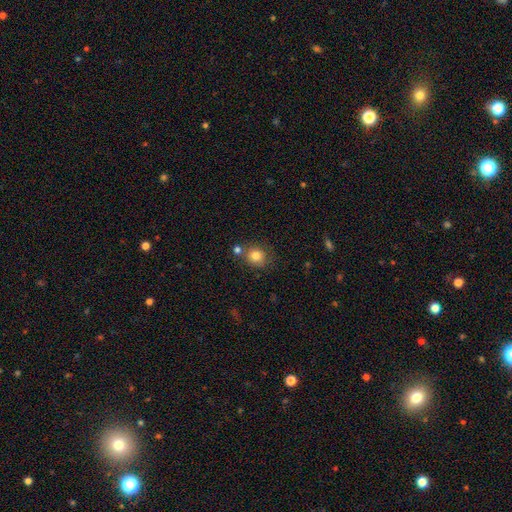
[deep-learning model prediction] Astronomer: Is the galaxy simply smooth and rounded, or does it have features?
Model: smooth — 81%.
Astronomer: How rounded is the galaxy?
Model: round — 80%.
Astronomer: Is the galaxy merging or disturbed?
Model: none — 70%.